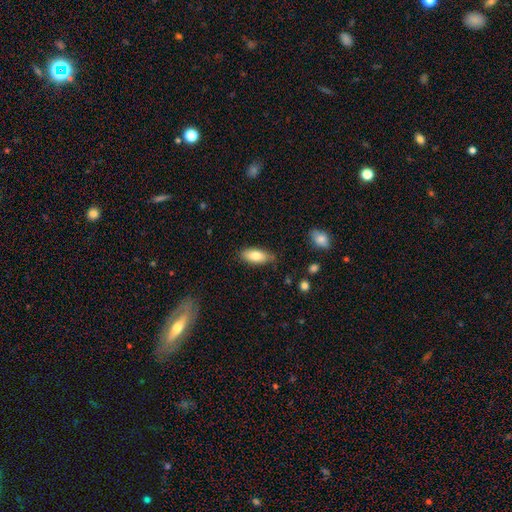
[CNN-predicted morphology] This is likely a smooth galaxy (79%). How rounded: clearly in between (85%). Merging: likely none (77%).